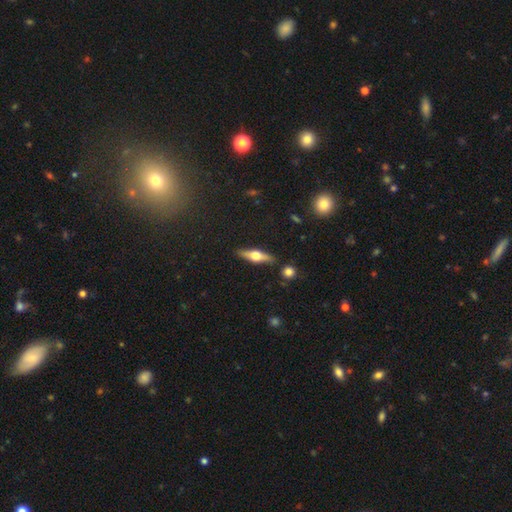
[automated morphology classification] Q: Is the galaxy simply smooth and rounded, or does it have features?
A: featured or disk — 61%.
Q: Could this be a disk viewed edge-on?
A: yes — 94%.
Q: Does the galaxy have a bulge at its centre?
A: rounded — 94%.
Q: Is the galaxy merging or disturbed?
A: none — 87%.